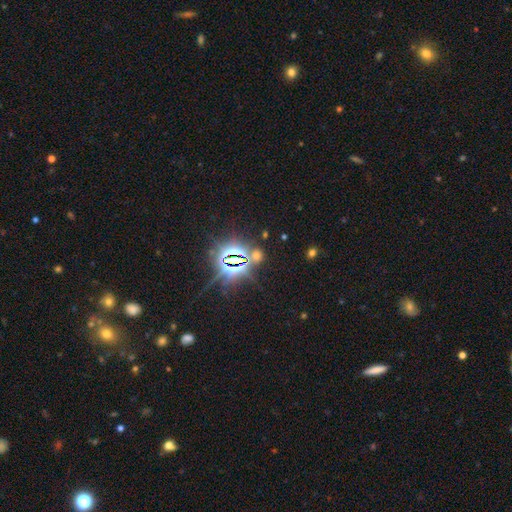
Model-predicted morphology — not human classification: Smooth or featured?
  - star or artifact: 69% *
  - smooth: 24%
  - featured or disk: 8%